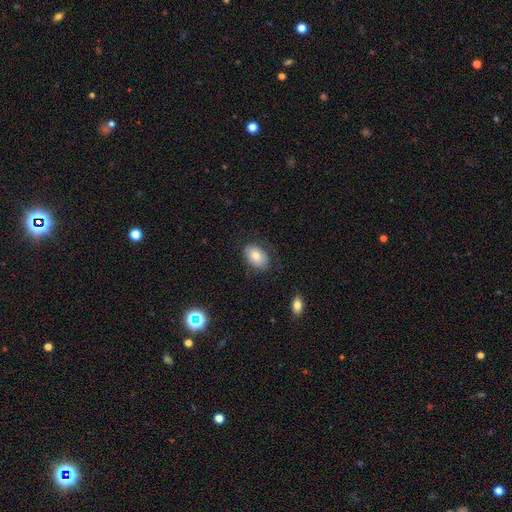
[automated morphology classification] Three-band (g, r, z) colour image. It shows a smooth galaxy with no disk features (76%) that is in between round and cigar-shaped (86%). Merging: none (74%).